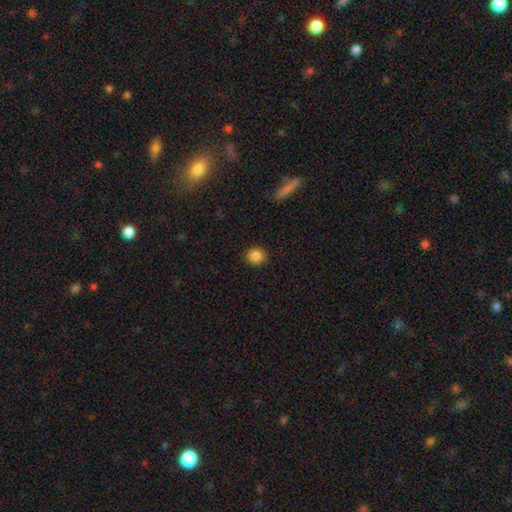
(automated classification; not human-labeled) Smooth or featured: smooth — 86% (star or artifact — 10%)
How rounded: round — 88% (in between — 11%)
Merging: none — 91% (minor disturbance — 6%)